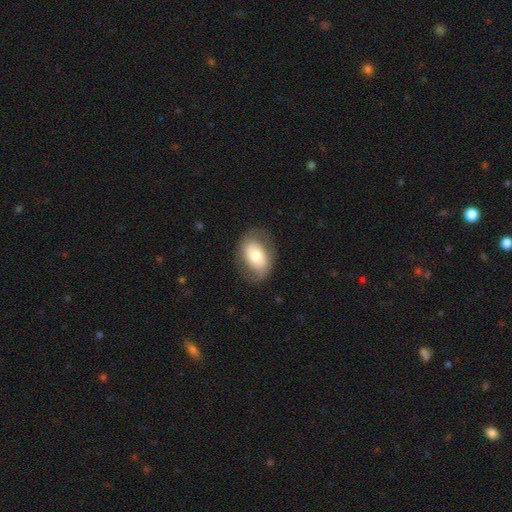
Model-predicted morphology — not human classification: smooth_or_featured: smooth (p=0.60) [alt: featured or disk p=0.34]
how_rounded: in between (p=0.83) [alt: round p=0.16]
merging: none (p=0.75) [alt: minor disturbance p=0.16]